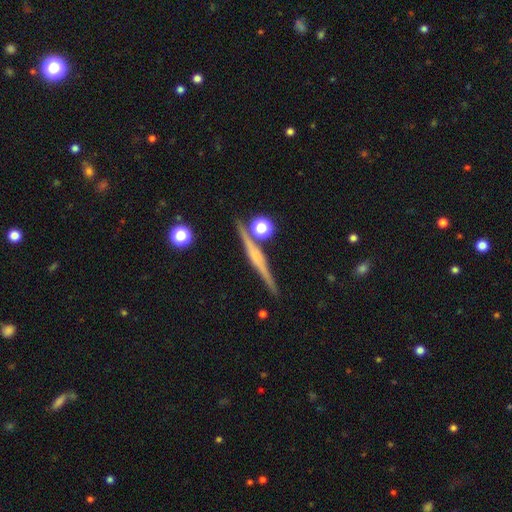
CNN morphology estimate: Smooth or featured? Predicted: featured or disk (p=0.72). Edge-on disk? Predicted: yes (p=0.98). Edge-on bulge? Predicted: rounded (p=0.55). Merging? Predicted: none (p=0.86).